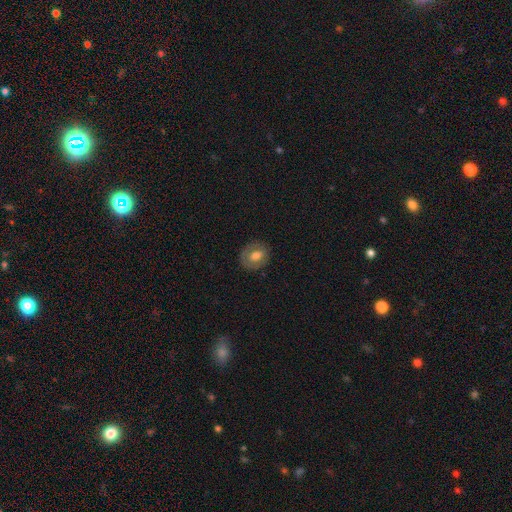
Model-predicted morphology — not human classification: This is likely a smooth galaxy (62%). How rounded: possibly round (55%). Merging: clearly none (82%).